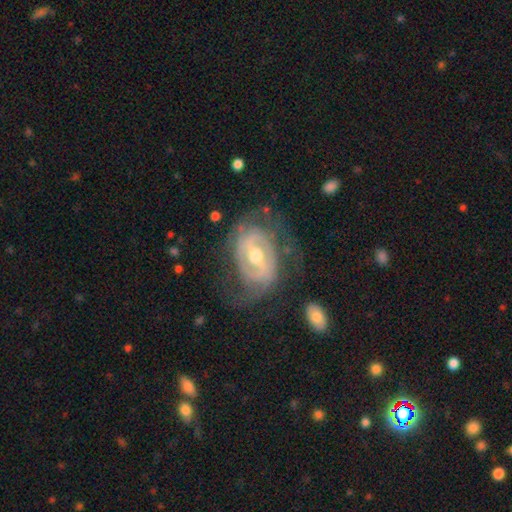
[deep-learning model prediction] Smooth or featured? featured or disk (86%)
Edge-on disk? no (96%)
Bar? weak (45%)
Spiral arms? yes (86%)
Spiral winding? tight (50%)
Spiral arm count? 2 (55%)
Bulge size? moderate (68%)
Merging? none (60%)